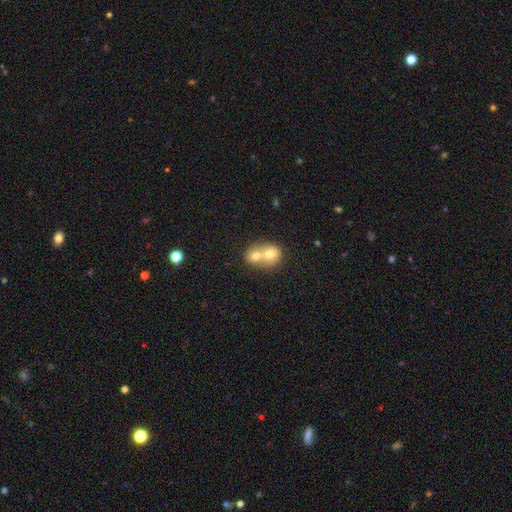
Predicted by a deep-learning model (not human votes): A smooth galaxy with no disk features (68%) that is round (63%). Merging: merger (74%).